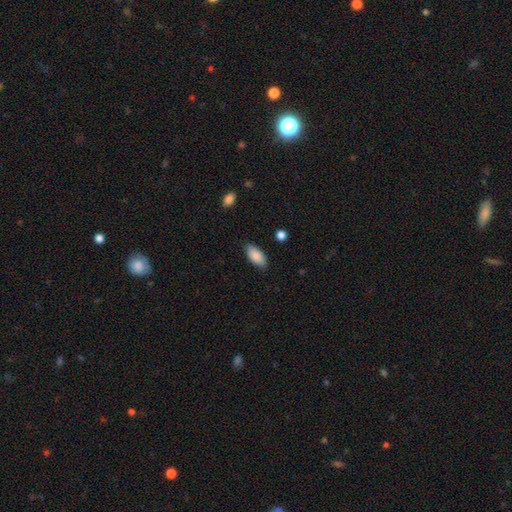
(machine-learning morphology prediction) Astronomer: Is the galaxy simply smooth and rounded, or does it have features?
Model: smooth — 87%.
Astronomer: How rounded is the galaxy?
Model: in between — 92%.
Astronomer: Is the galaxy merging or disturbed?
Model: none — 83%.